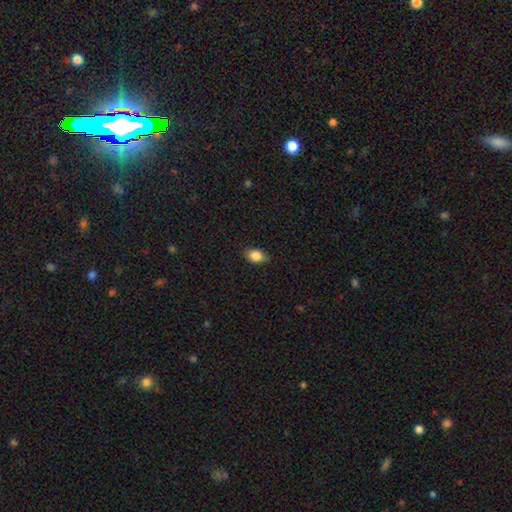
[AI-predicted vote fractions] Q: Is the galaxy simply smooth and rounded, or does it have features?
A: smooth — 85%.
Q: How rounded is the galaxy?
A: in between — 77%.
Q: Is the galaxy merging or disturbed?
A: none — 84%.